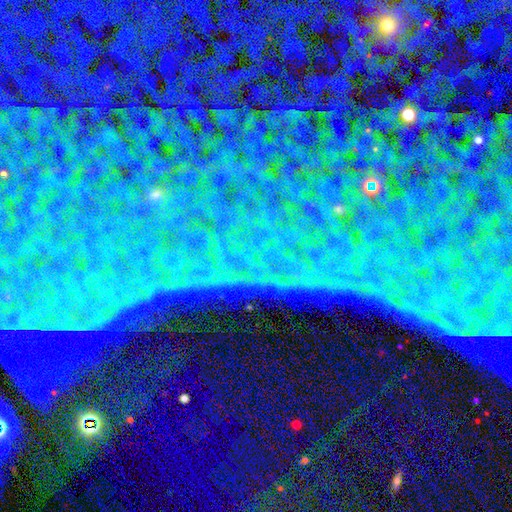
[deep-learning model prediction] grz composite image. It shows a star or artifact, not a galaxy (87%).